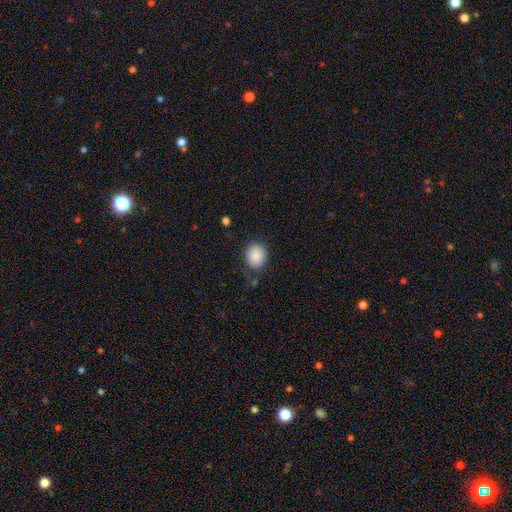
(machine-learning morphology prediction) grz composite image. It shows a smooth galaxy with no disk features (87%) that is round (67%). Merging: none (79%).